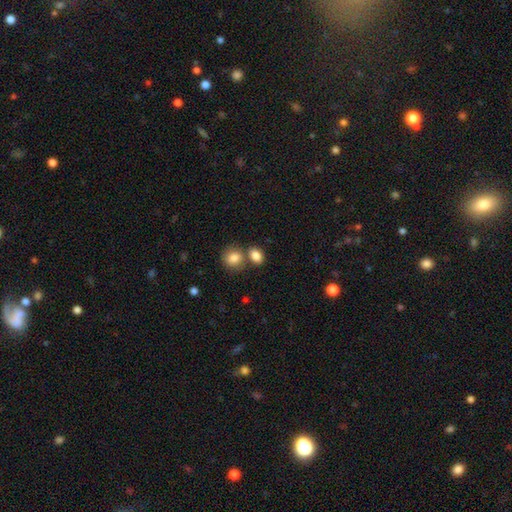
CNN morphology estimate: Smooth or featured? smooth (85%)
How rounded? in between (63%)
Merging? none (54%)